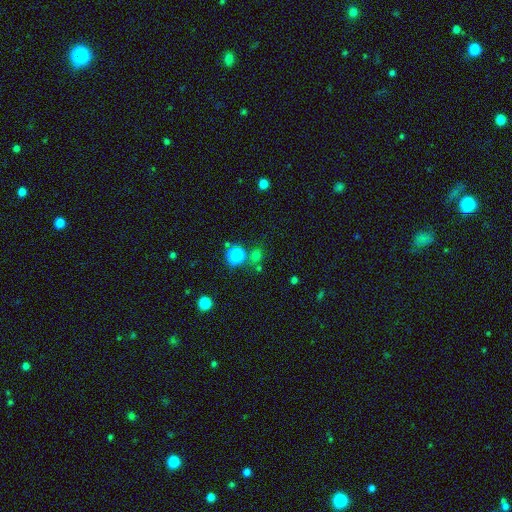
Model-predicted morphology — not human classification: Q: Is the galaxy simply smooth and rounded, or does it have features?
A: smooth — 67%.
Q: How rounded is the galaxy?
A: round — 78%.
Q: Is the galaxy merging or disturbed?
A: none — 69%.